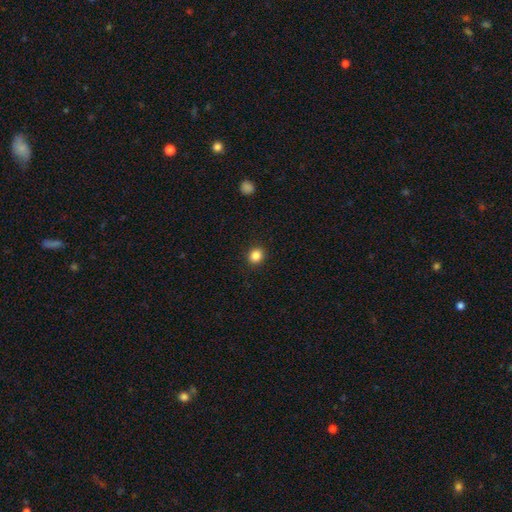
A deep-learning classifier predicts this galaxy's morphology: type=smooth (85%); roundness=round (79%); merging=none (92%).